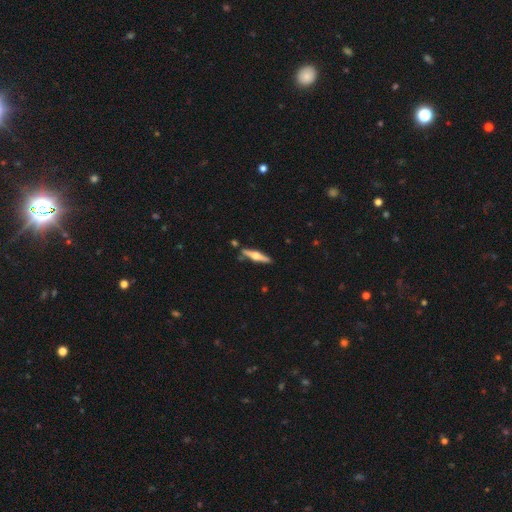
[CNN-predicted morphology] This appears to be a featured or disk galaxy (67%) viewed edge-on (97%) with a rounded central bulge (93%). Merging: none (84%).